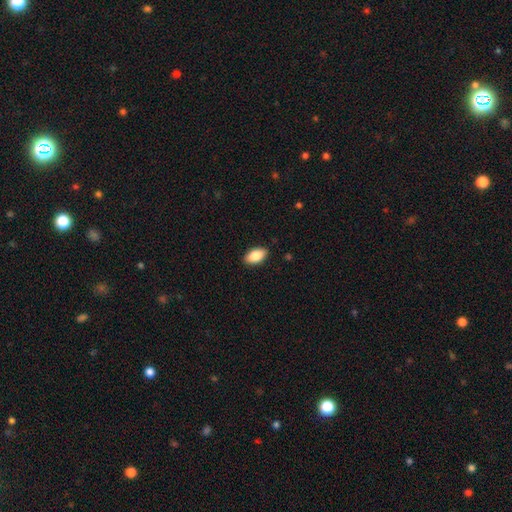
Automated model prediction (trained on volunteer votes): smooth_or_featured: smooth (p=0.85) [alt: featured or disk p=0.08]
how_rounded: in between (p=0.93) [alt: round p=0.04]
merging: none (p=0.89) [alt: minor disturbance p=0.08]